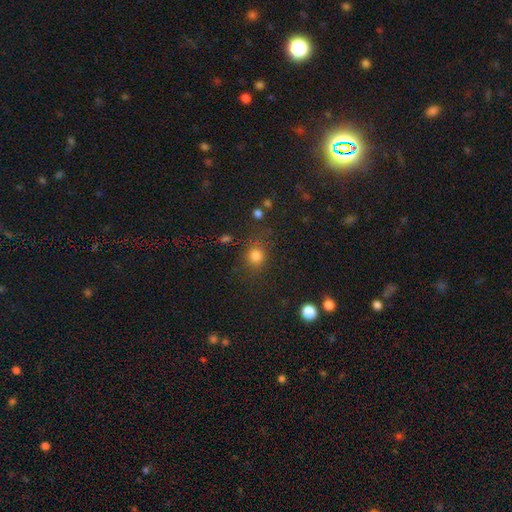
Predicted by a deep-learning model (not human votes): Smooth or featured?
  - smooth: 79% *
  - star or artifact: 15%
  - featured or disk: 6%
How rounded?
  - round: 80% *
  - in between: 19%
  - cigar-shaped: 1%
Merging?
  - none: 78% *
  - minor disturbance: 12%
  - major disturbance: 6%
  - merger: 3%